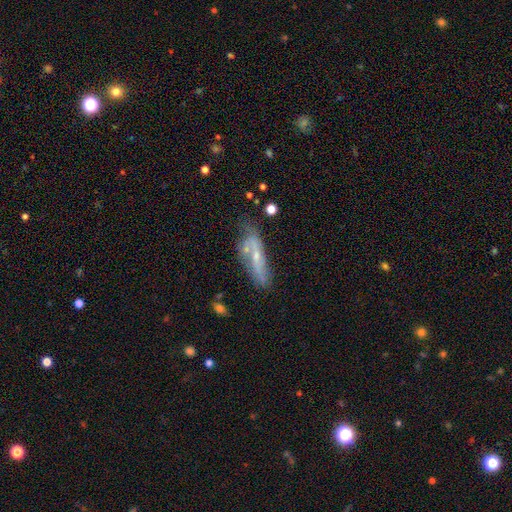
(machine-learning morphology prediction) The model was most divided on "merging": none: 53%, minor disturbance: 27%, major disturbance: 12%, merger: 8%. More confident: edge-on disk — no (71%); smooth or featured — featured or disk (62%).